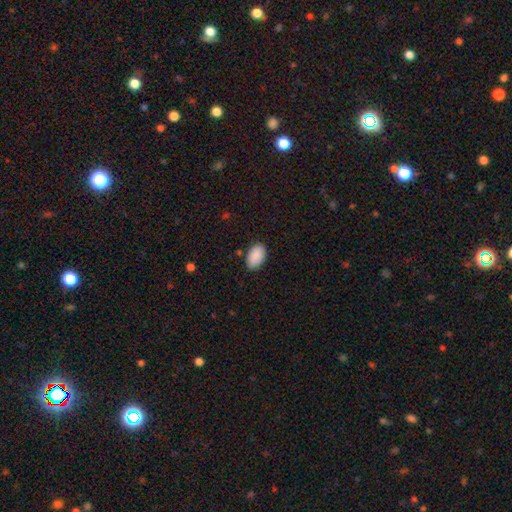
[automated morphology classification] Smooth or featured?
  - smooth: 91% *
  - star or artifact: 7%
  - featured or disk: 3%
How rounded?
  - in between: 93% *
  - round: 5%
  - cigar-shaped: 1%
Merging?
  - none: 85% *
  - minor disturbance: 12%
  - major disturbance: 2%
  - merger: 1%